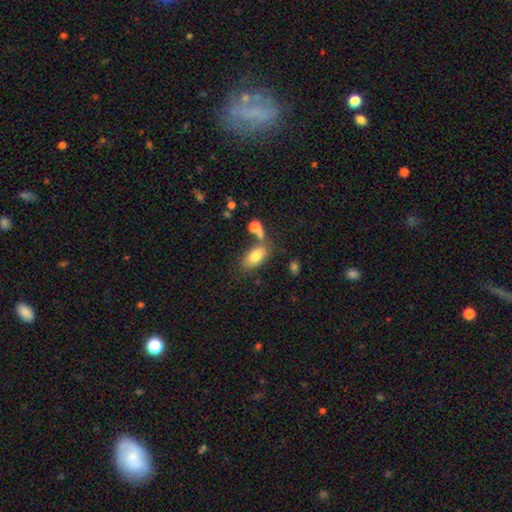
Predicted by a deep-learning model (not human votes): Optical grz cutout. It shows a smooth galaxy with no disk features (79%) that is in between round and cigar-shaped (91%). Merging: none (55%).